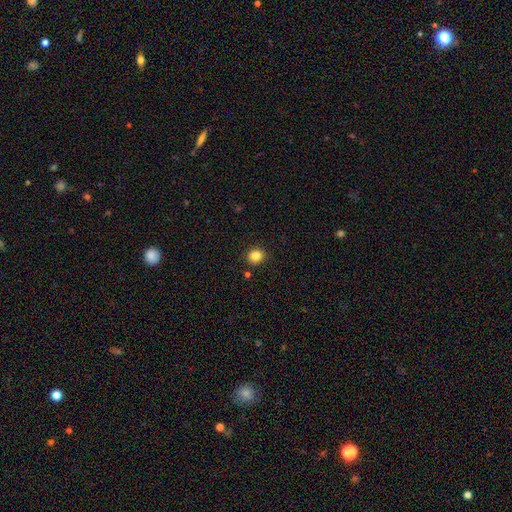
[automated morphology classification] smooth-or-featured: smooth: 84% | star or artifact: 12% | featured or disk: 5%
  how-rounded: round: 88% | in between: 11% | cigar-shaped: 1%
  merging: none: 89% | minor disturbance: 7% | merger: 2% | major disturbance: 2%